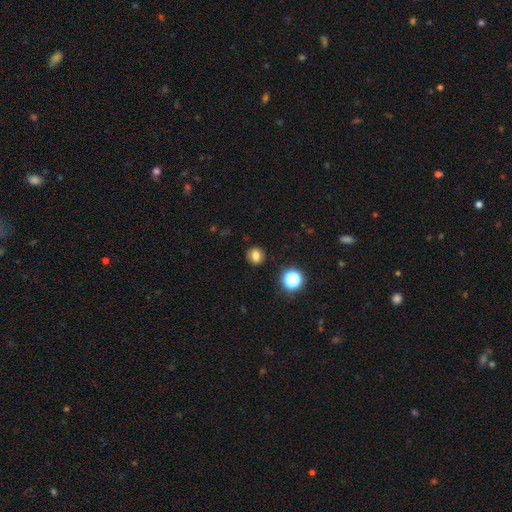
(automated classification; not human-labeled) smooth_or_featured: smooth (p=0.76) [alt: star or artifact p=0.15]
how_rounded: round (p=0.76) [alt: in between p=0.23]
merging: none (p=0.87) [alt: minor disturbance p=0.08]